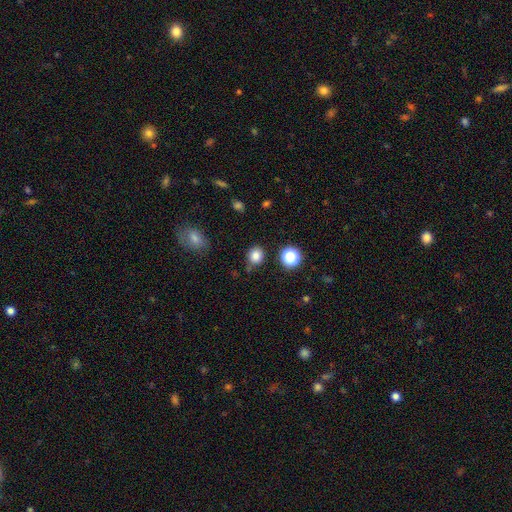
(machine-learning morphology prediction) This appears to be a smooth galaxy with no disk features (82%) that is round (74%). Merging: none (77%).